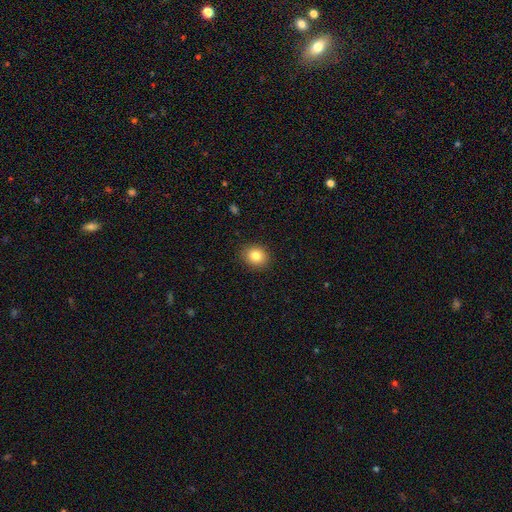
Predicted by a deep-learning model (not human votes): A smooth galaxy with no disk features (84%) that is round (68%).

Vote fractions:
- Smooth or featured? smooth: 84% / star or artifact: 10% / featured or disk: 6%
- How rounded? round: 68% / in between: 31% / cigar-shaped: 1%
- Merging? none: 89% / minor disturbance: 8% / major disturbance: 2% / merger: 1%